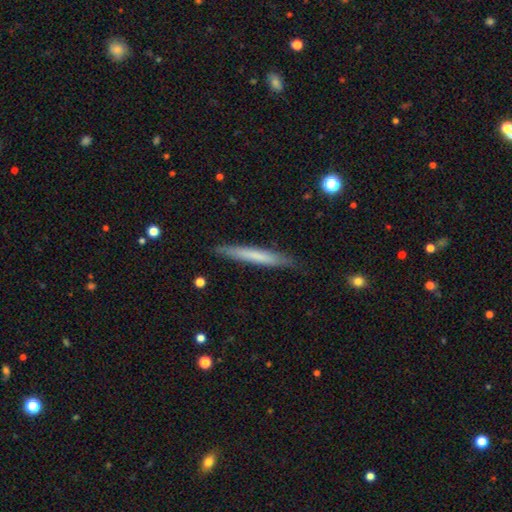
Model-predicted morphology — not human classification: Smooth or featured? smooth (62%)
How rounded? cigar-shaped (96%)
Merging? none (86%)